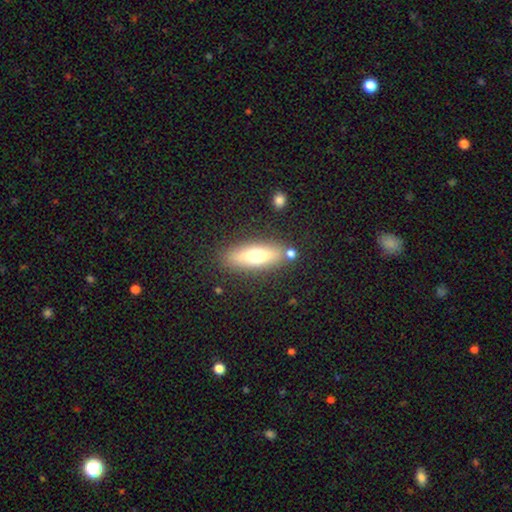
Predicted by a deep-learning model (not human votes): This is likely a smooth galaxy (62%). How rounded: possibly cigar-shaped (49%). Merging: clearly none (82%).